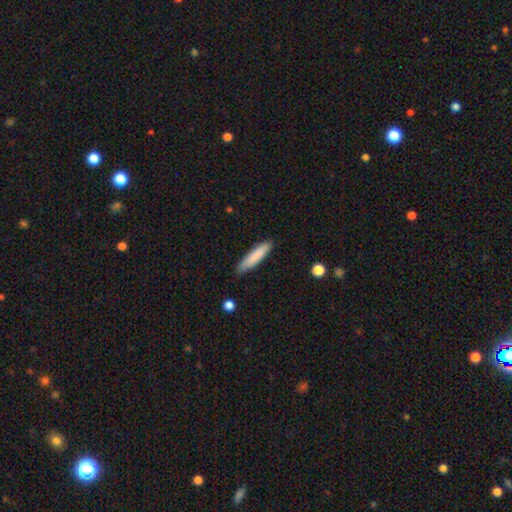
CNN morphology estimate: Smooth or featured?
  - smooth: 83% *
  - featured or disk: 11%
  - star or artifact: 6%
How rounded?
  - cigar-shaped: 83% *
  - in between: 16%
  - round: 1%
Merging?
  - none: 84% *
  - minor disturbance: 13%
  - major disturbance: 2%
  - merger: 1%